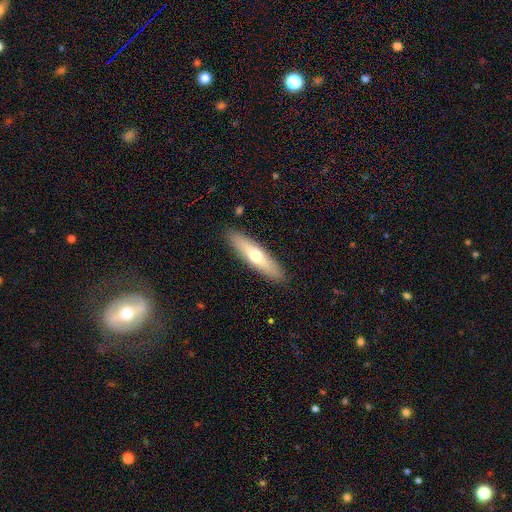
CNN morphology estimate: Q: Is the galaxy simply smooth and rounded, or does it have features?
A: smooth — 57%.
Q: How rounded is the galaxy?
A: cigar-shaped — 74%.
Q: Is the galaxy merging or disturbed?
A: none — 89%.